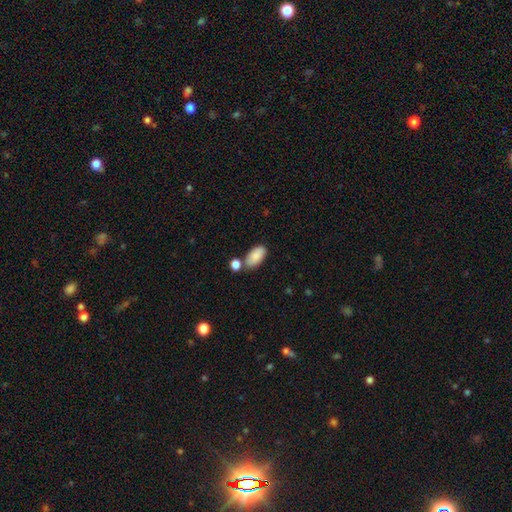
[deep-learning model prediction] smooth-or-featured: smooth: 87% | star or artifact: 7% | featured or disk: 6%
  how-rounded: in between: 94% | cigar-shaped: 3% | round: 3%
  merging: none: 64% | merger: 19% | minor disturbance: 14% | major disturbance: 4%